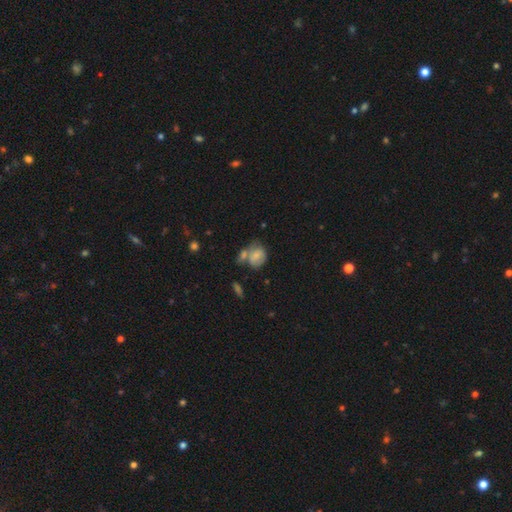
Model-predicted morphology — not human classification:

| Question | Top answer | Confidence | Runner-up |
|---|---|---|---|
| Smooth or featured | smooth | 70% | featured or disk (20%) |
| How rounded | in between | 51% | round (47%) |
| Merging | merger | 37% | none (36%) |